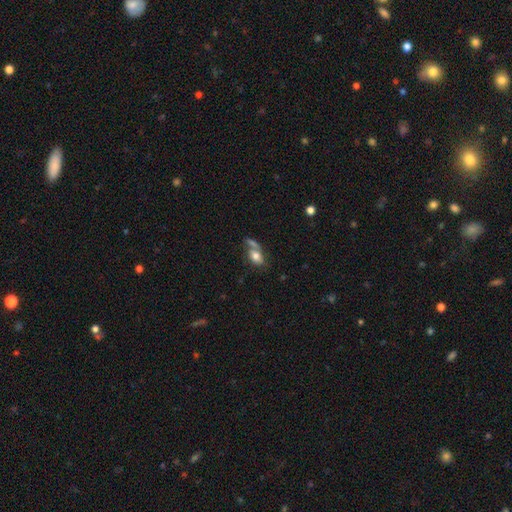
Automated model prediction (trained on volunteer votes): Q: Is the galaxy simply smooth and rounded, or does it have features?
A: smooth — 74%.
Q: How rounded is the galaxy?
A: in between — 82%.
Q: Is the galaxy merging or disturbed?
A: none — 38%.